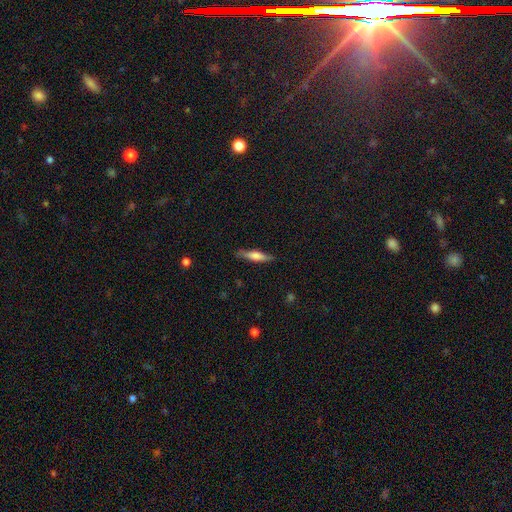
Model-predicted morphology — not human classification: This is possibly a smooth galaxy (54%). How rounded: clearly cigar-shaped (83%). Merging: clearly none (86%).